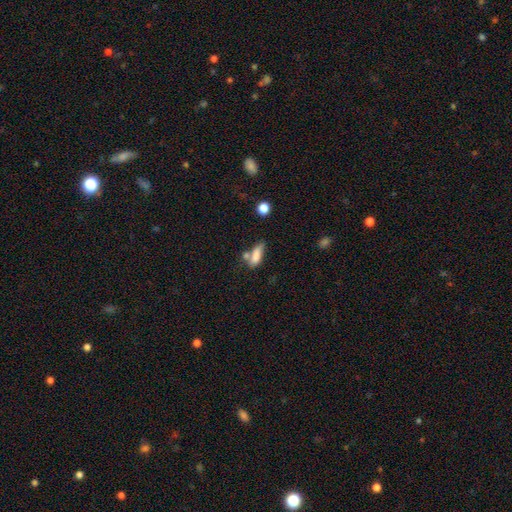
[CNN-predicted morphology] This appears to be a smooth galaxy with no disk features (75%) that is in between round and cigar-shaped (61%). Merging: none (34%).